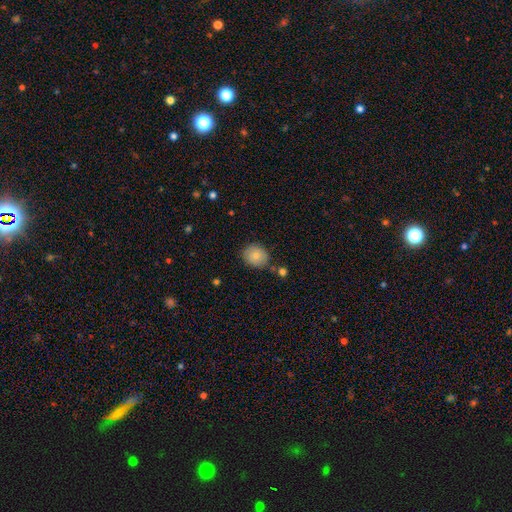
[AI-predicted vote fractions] Smooth or featured? Predicted: smooth (p=0.82). How rounded? Predicted: round (p=0.69). Merging? Predicted: none (p=0.74).